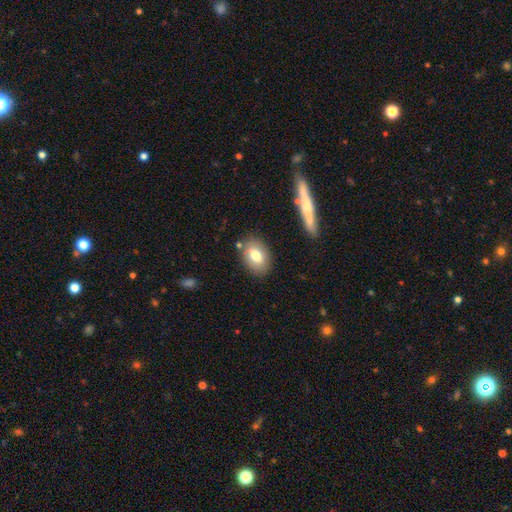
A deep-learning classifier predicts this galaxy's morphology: smooth 75%, featured or disk 17%, star or artifact 8%. Down the decision tree: how rounded — in between (80%); merging — none (80%).